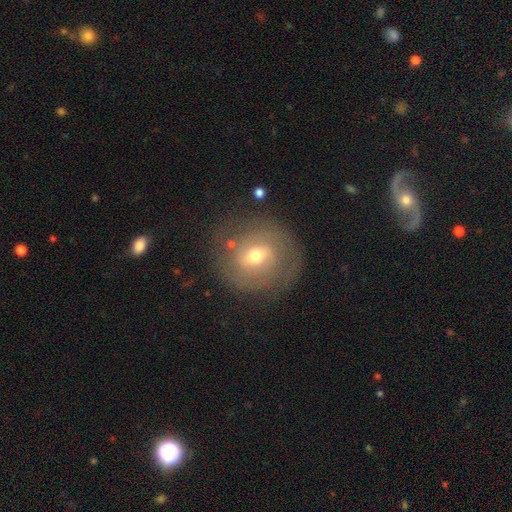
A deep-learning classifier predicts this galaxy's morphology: smooth_or_featured: featured or disk (p=0.55) [alt: smooth p=0.36]
disk_edge_on: no (p=0.95) [alt: yes p=0.05]
bar: weak (p=0.46) [alt: no p=0.34]
has_spiral_arms: yes (p=0.59) [alt: no p=0.41]
bulge_size: moderate (p=0.60) [alt: small p=0.33]
merging: none (p=0.76) [alt: minor disturbance p=0.14]